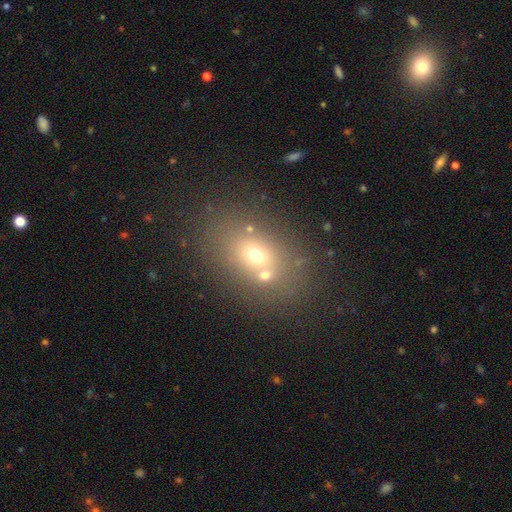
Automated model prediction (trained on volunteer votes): Smooth or featured? smooth (60%)
How rounded? in between (63%)
Merging? none (62%)